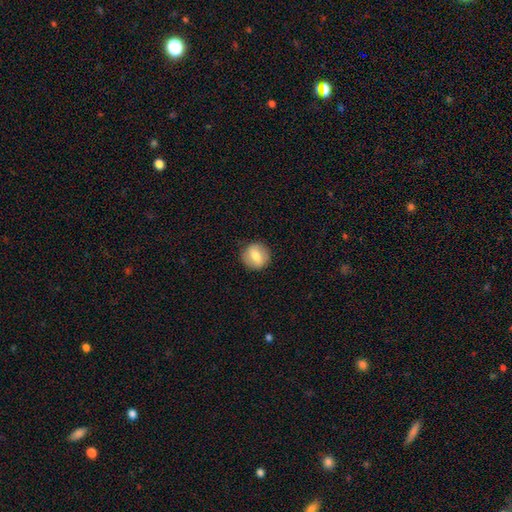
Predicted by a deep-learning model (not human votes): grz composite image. It shows a smooth galaxy with no disk features (65%) that is round (84%). Merging: none (87%).